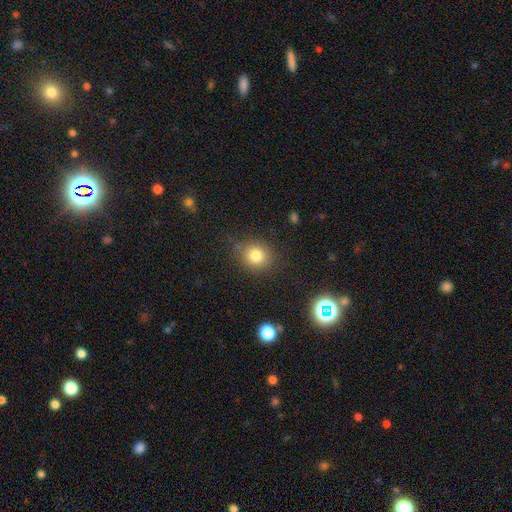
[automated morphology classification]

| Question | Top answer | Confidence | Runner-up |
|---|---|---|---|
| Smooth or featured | smooth | 79% | star or artifact (13%) |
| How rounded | round | 84% | in between (15%) |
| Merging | none | 78% | minor disturbance (14%) |